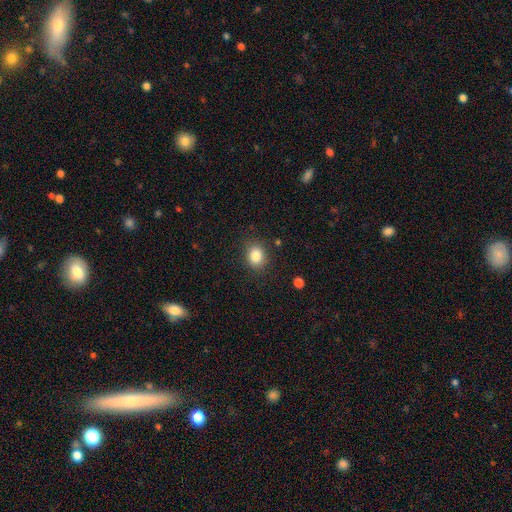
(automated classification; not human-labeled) Morphology: type=smooth (84%); roundness=round (50%); merging=none (84%).